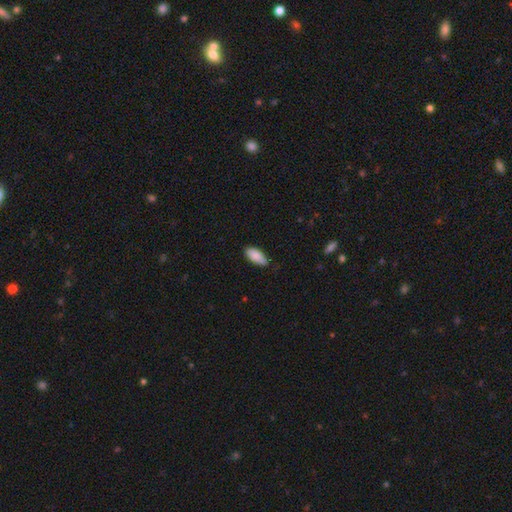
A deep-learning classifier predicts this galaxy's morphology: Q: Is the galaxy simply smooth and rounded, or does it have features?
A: smooth — 88%.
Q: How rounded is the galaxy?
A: in between — 87%.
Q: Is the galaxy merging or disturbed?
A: none — 74%.